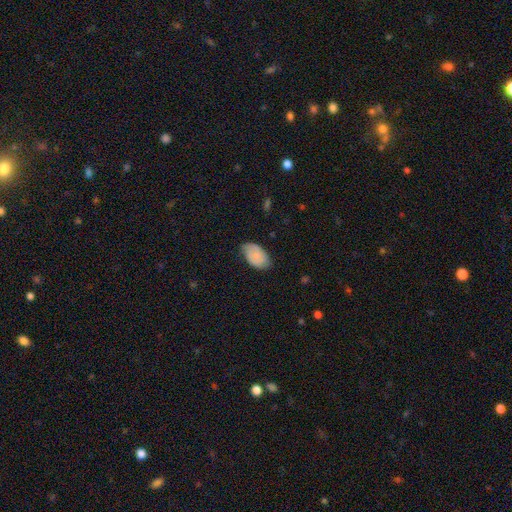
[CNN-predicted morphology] Smooth or featured?
  - smooth: 76% *
  - featured or disk: 17%
  - star or artifact: 7%
How rounded?
  - in between: 94% *
  - round: 5%
  - cigar-shaped: 1%
Merging?
  - none: 66% *
  - minor disturbance: 28%
  - major disturbance: 5%
  - merger: 1%